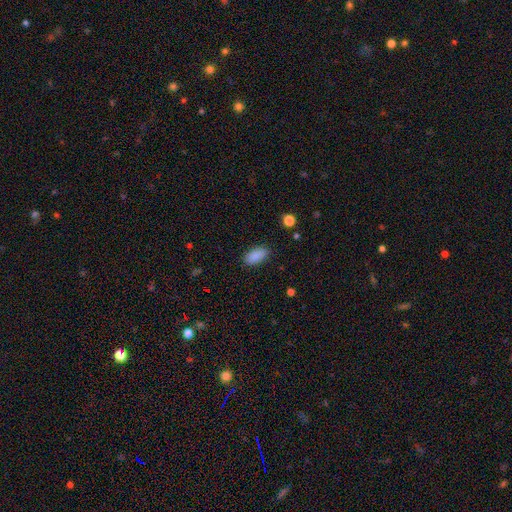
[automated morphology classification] The model was most divided on "merging": none: 85%, minor disturbance: 11%, major disturbance: 3%, merger: 1%. More confident: how rounded — in between (91%); smooth or featured — smooth (88%).